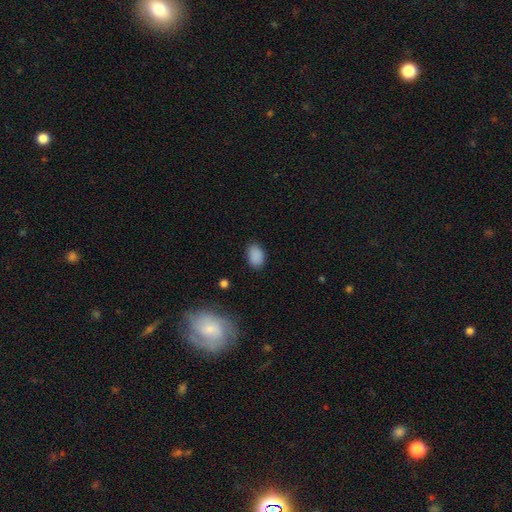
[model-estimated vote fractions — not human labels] smooth_or_featured: smooth (p=0.87) [alt: star or artifact p=0.10]
how_rounded: in between (p=0.85) [alt: round p=0.14]
merging: none (p=0.83) [alt: minor disturbance p=0.13]